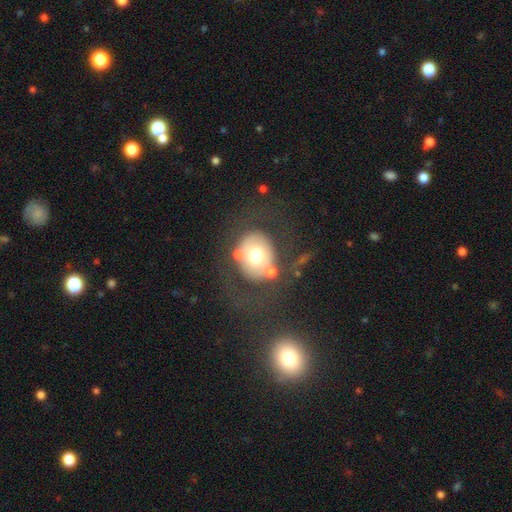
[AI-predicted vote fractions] smooth 54%, featured or disk 35%, star or artifact 10%. Down the decision tree: how rounded — round (69%); merging — none (60%).